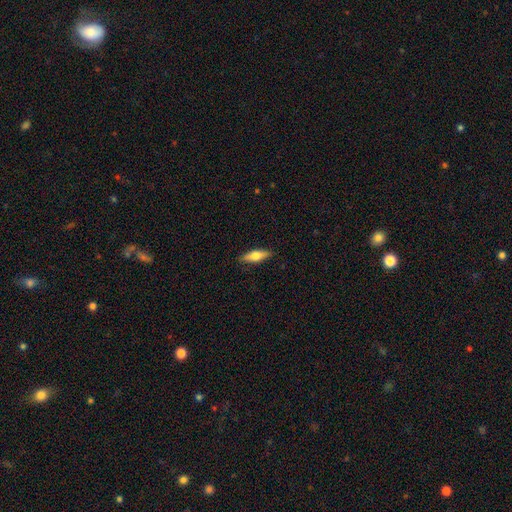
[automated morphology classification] Smooth or featured? smooth (62%)
How rounded? cigar-shaped (50%)
Merging? none (87%)